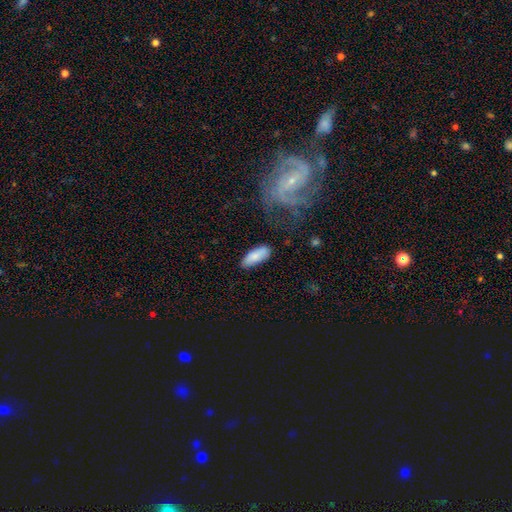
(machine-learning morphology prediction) Smooth or featured?
  - smooth: 82% *
  - featured or disk: 11%
  - star or artifact: 6%
How rounded?
  - in between: 72% *
  - cigar-shaped: 26%
  - round: 2%
Merging?
  - none: 74% *
  - minor disturbance: 18%
  - major disturbance: 5%
  - merger: 3%